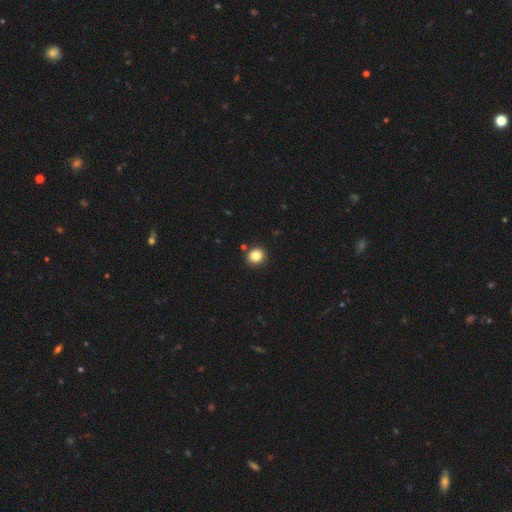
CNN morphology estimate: Smooth or featured: smooth — 84% (star or artifact — 11%)
How rounded: round — 87% (in between — 12%)
Merging: none — 89% (minor disturbance — 6%)